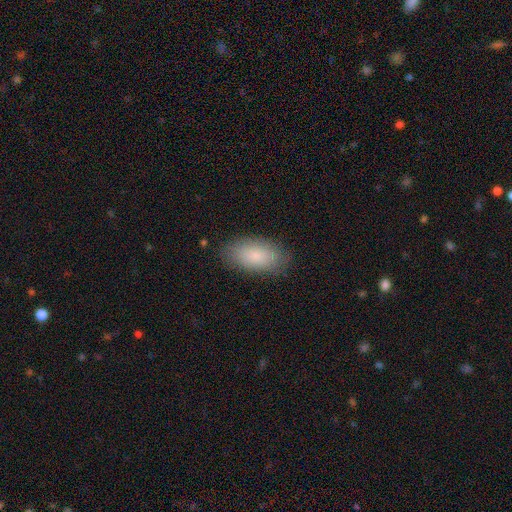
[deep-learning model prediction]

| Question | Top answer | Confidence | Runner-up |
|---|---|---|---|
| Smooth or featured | smooth | 84% | featured or disk (10%) |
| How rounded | in between | 94% | cigar-shaped (3%) |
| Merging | none | 85% | minor disturbance (12%) |